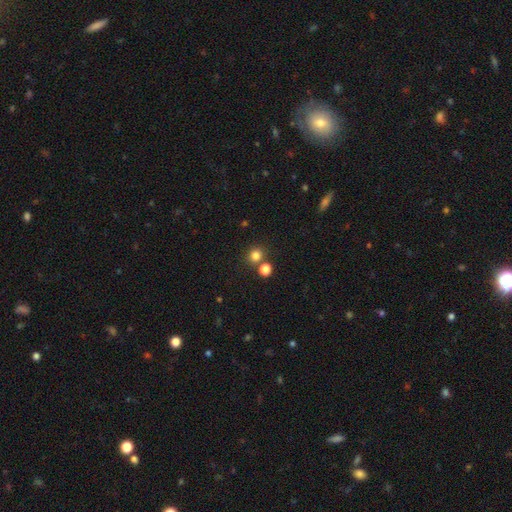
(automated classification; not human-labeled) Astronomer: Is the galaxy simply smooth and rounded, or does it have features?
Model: smooth — 79%.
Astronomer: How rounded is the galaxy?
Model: round — 88%.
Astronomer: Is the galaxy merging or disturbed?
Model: none — 73%.